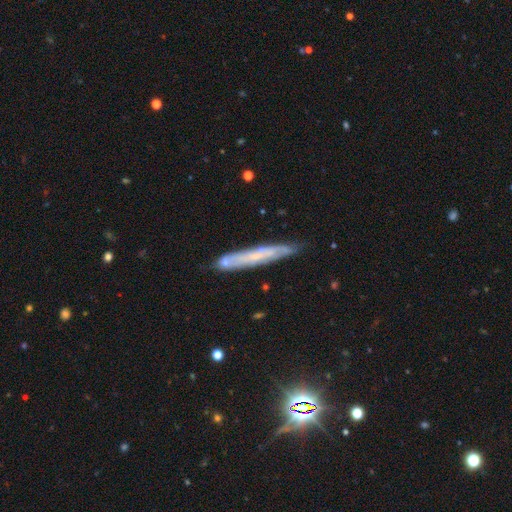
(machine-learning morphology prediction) type=featured or disk (52%); edge-on=yes (79%); merging=none (79%).